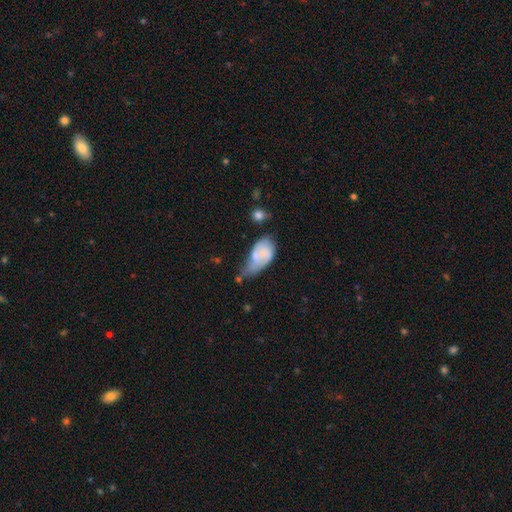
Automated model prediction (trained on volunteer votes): Smooth or featured: smooth — 55% (featured or disk — 38%)
How rounded: in between — 89% (round — 7%)
Merging: minor disturbance — 31% (major disturbance — 29%)